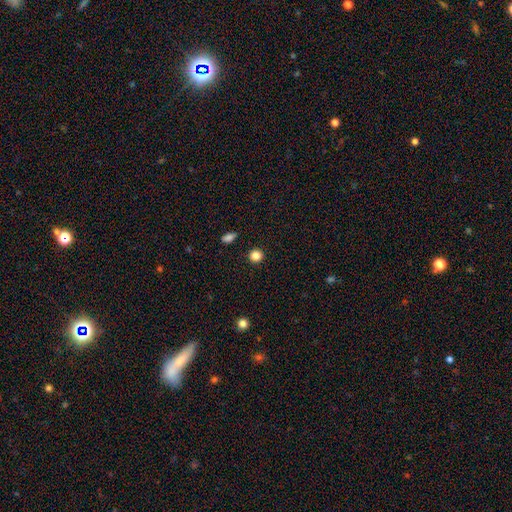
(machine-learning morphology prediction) Smooth or featured?
  - smooth: 85% *
  - star or artifact: 11%
  - featured or disk: 4%
How rounded?
  - round: 92% *
  - in between: 7%
  - cigar-shaped: 1%
Merging?
  - none: 92% *
  - minor disturbance: 5%
  - major disturbance: 2%
  - merger: 1%